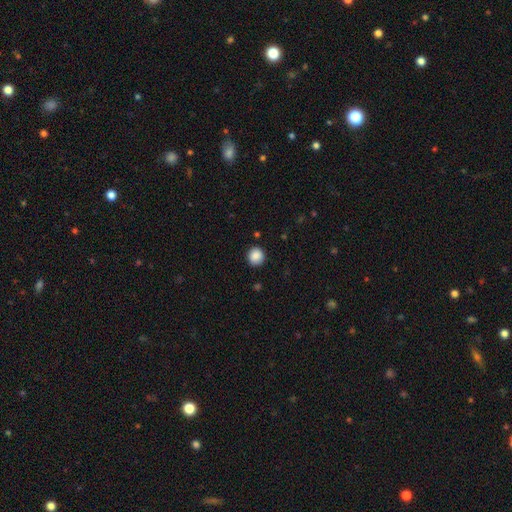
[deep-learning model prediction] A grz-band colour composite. It shows a smooth galaxy with no disk features (88%) that is round (90%). Merging: none (89%).